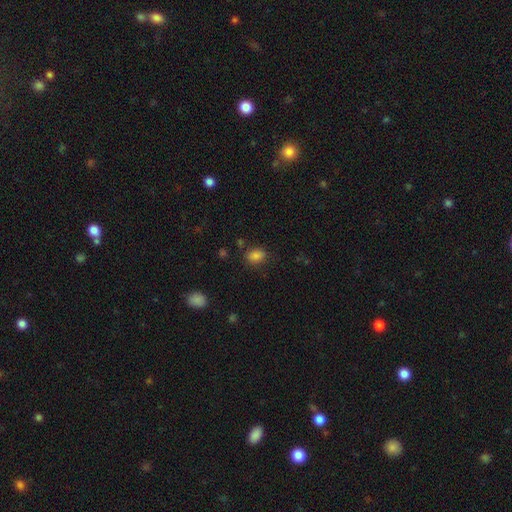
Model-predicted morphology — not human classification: A smooth galaxy with no disk features (83%) that is in between round and cigar-shaped (72%).

Vote fractions:
- Smooth or featured? smooth: 83% / star or artifact: 12% / featured or disk: 6%
- How rounded? in between: 72% / round: 27% / cigar-shaped: 1%
- Merging? none: 78% / minor disturbance: 14% / major disturbance: 4% / merger: 3%